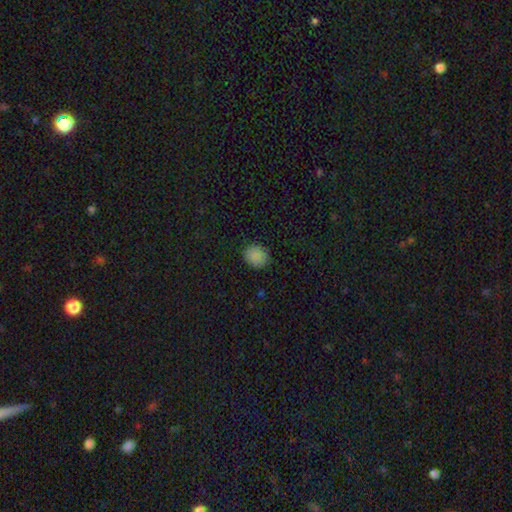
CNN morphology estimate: This is clearly a smooth galaxy (87%). How rounded: likely round (71%). Merging: clearly none (88%).